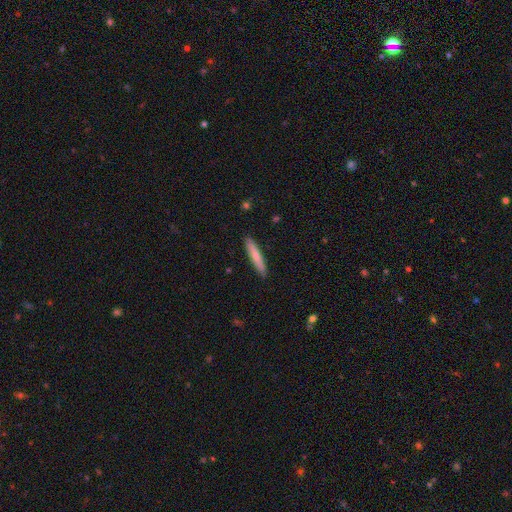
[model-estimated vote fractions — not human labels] Q: Smooth or featured?
A: smooth (73%); runner-up: featured or disk (21%)
Q: How rounded?
A: cigar-shaped (92%); runner-up: in between (7%)
Q: Merging?
A: none (90%); runner-up: minor disturbance (7%)